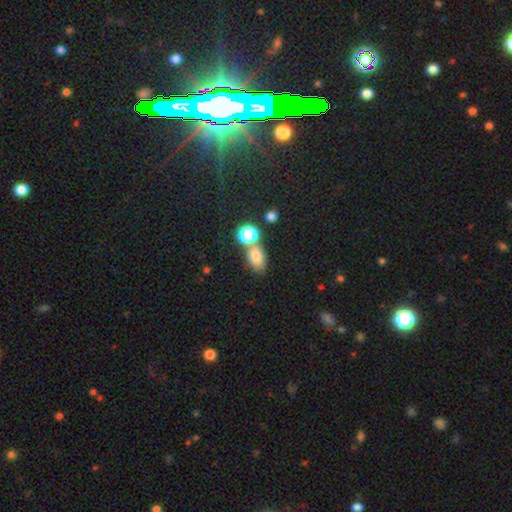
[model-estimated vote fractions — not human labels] smooth-or-featured: smooth: 75% | star or artifact: 16% | featured or disk: 9%
  how-rounded: in between: 77% | round: 20% | cigar-shaped: 2%
  merging: none: 56% | merger: 25% | minor disturbance: 13% | major disturbance: 5%